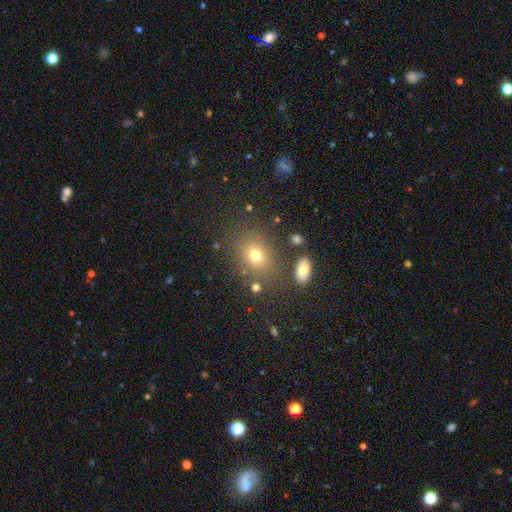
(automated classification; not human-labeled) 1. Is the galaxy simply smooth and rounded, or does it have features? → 72% smooth, 17% star or artifact, 12% featured or disk.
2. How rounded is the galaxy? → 56% in between, 42% round, 1% cigar-shaped.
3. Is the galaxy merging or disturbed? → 78% none, 11% minor disturbance, 6% merger, 5% major disturbance.